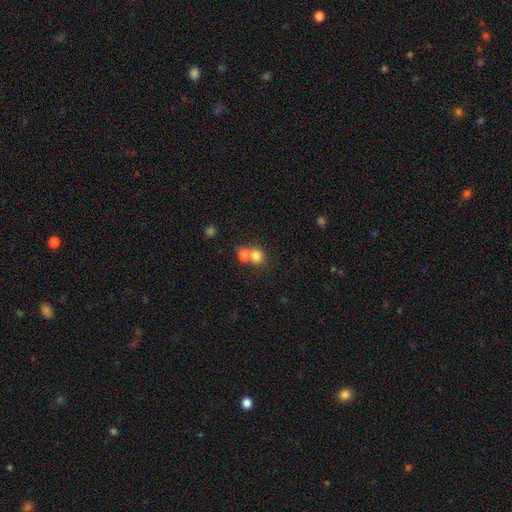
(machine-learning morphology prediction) Smooth or featured?
  - smooth: 78% *
  - star or artifact: 12%
  - featured or disk: 10%
How rounded?
  - round: 75% *
  - in between: 24%
  - cigar-shaped: 1%
Merging?
  - merger: 51% *
  - none: 39%
  - minor disturbance: 6%
  - major disturbance: 3%